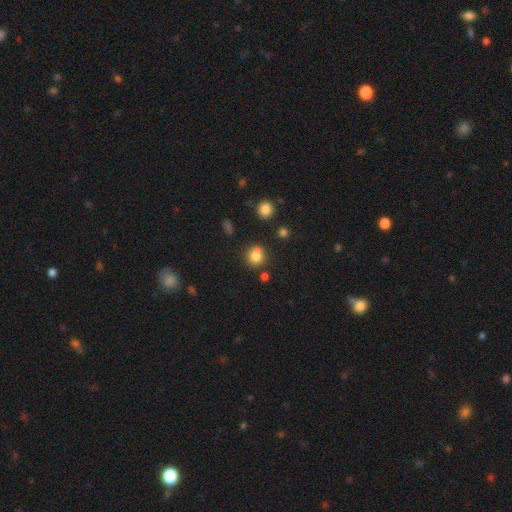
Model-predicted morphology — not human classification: smooth-or-featured: smooth: 81% | star or artifact: 13% | featured or disk: 6%
  how-rounded: round: 79% | in between: 20% | cigar-shaped: 1%
  merging: none: 73% | minor disturbance: 15% | merger: 9% | major disturbance: 4%